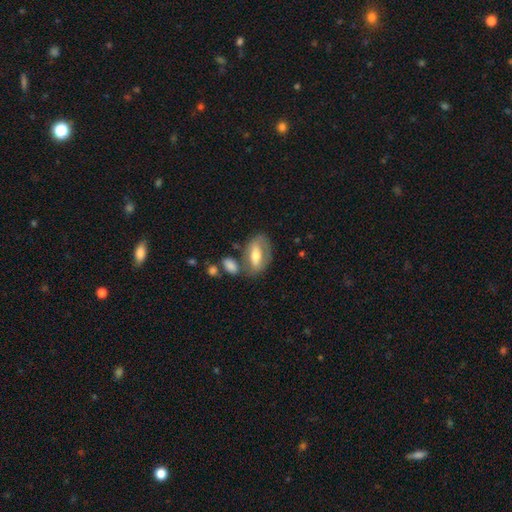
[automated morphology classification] This appears to be a smooth galaxy with no disk features (50%) that is in between round and cigar-shaped (84%). Merging: none (56%).